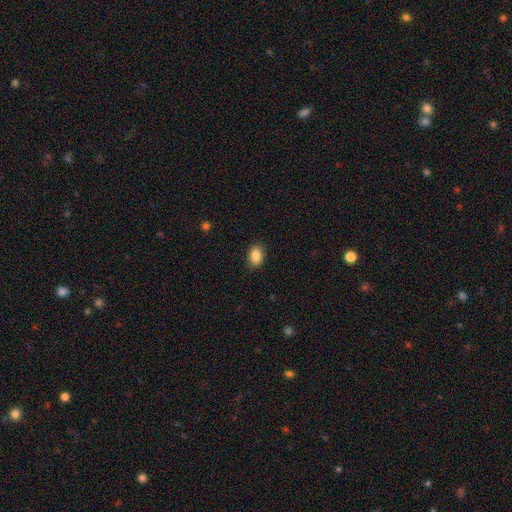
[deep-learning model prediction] The model was most divided on "how rounded": in between: 84%, round: 15%, cigar-shaped: 1%. More confident: merging — none (88%); smooth or featured — smooth (87%).